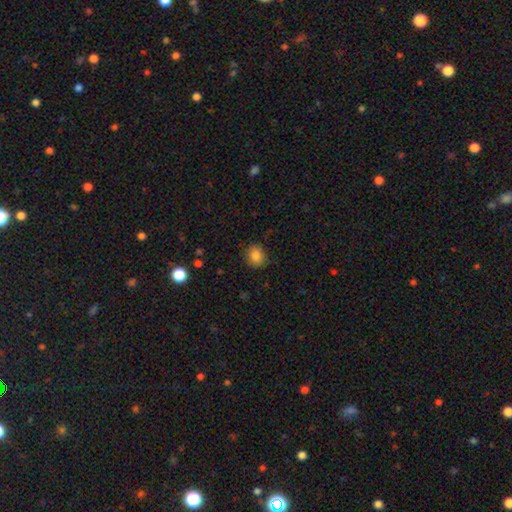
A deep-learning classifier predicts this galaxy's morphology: Smooth or featured? smooth (85%)
How rounded? round (68%)
Merging? none (83%)